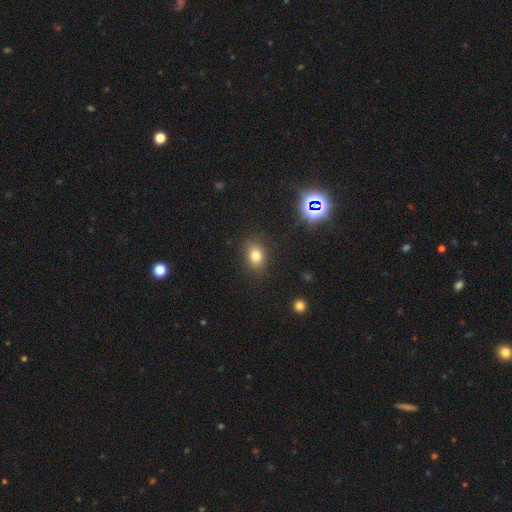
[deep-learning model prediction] Overall: smooth (78%). How rounded: in between (67%; round 31%). Merging: none (86%).